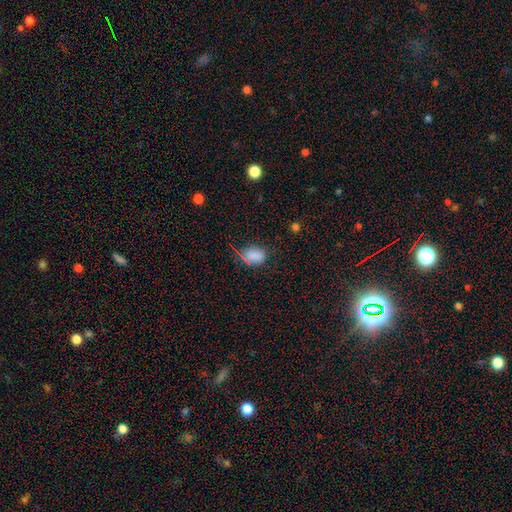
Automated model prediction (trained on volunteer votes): smooth 76%, star or artifact 19%, featured or disk 5%. Down the decision tree: how rounded — in between (76%); merging — none (72%).